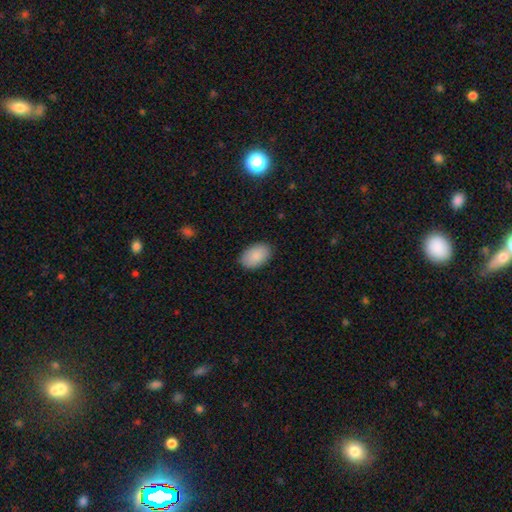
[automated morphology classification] Smooth or featured: smooth — 89% (star or artifact — 6%)
How rounded: in between — 91% (round — 8%)
Merging: none — 87% (minor disturbance — 10%)